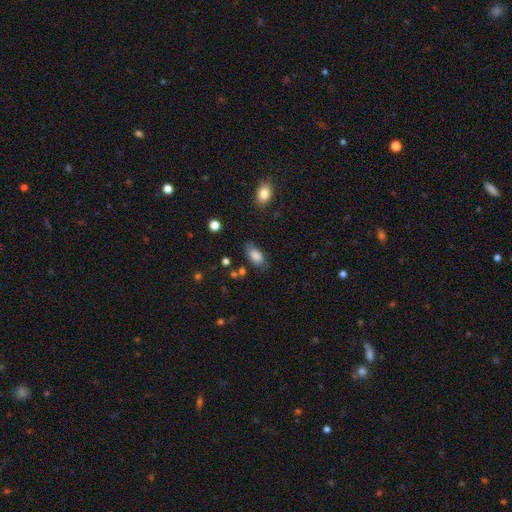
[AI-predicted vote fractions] Smooth or featured? Predicted: smooth (p=0.84). How rounded? Predicted: in between (p=0.91). Merging? Predicted: none (p=0.69).